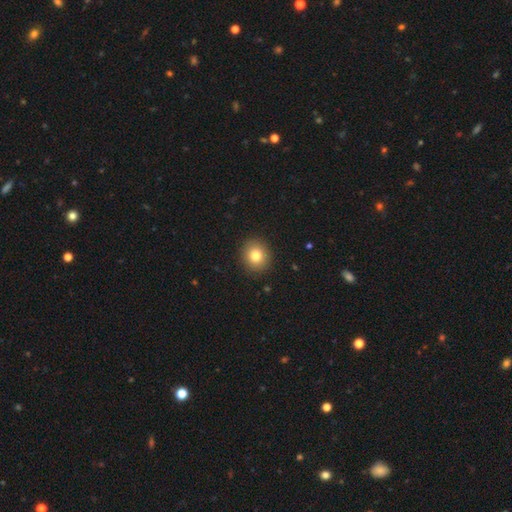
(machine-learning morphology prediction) The model was most divided on "how rounded": round: 83%, in between: 16%, cigar-shaped: 1%. More confident: merging — none (91%); smooth or featured — smooth (80%).